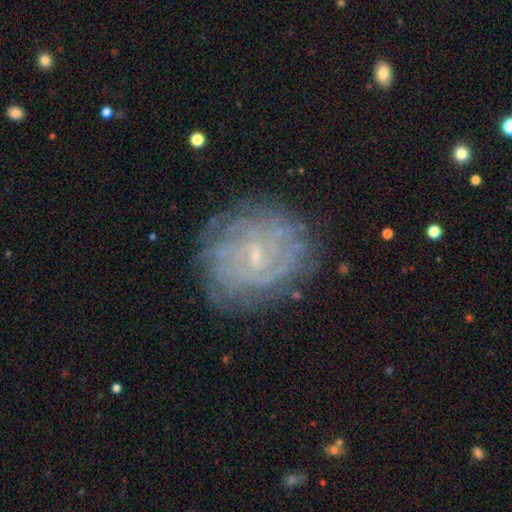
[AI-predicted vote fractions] smooth_or_featured: featured or disk (p=0.79) [alt: smooth p=0.12]
disk_edge_on: no (p=0.97) [alt: yes p=0.03]
bar: weak (p=0.53) [alt: no p=0.34]
has_spiral_arms: yes (p=0.92) [alt: no p=0.08]
spiral_winding: tight (p=0.75) [alt: medium p=0.20]
spiral_arm_count: can't tell (p=0.46) [alt: 2 p=0.16]
bulge_size: small (p=0.77) [alt: moderate p=0.12]
merging: none (p=0.80) [alt: minor disturbance p=0.14]